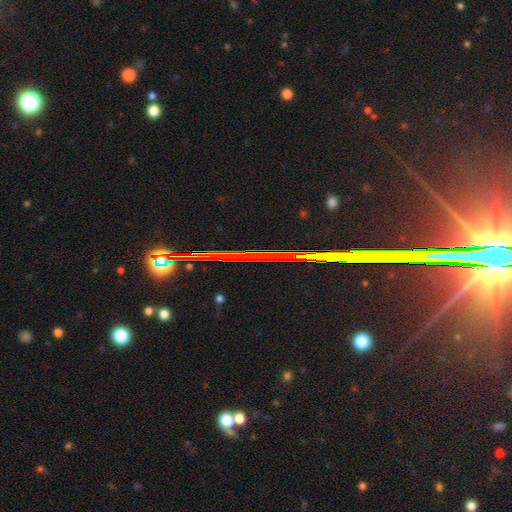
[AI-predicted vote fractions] star or artifact 82%, featured or disk 11%, smooth 8%.